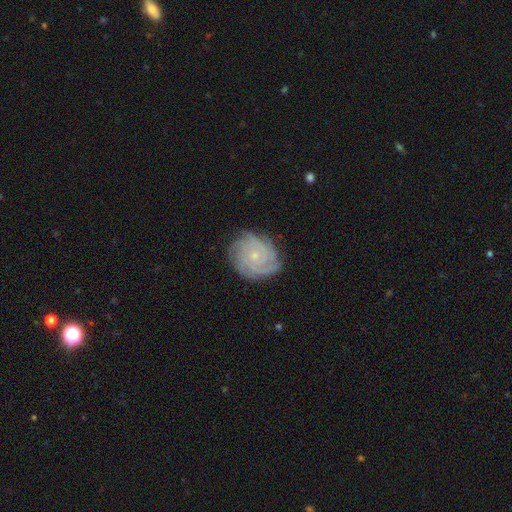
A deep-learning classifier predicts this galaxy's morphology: smooth-or-featured: featured or disk: 83% | smooth: 10% | star or artifact: 7%
  disk-edge-on: no: 98% | yes: 2%
    bar: no: 78% | weak: 18% | strong: 3%
    has-spiral-arms: yes: 97% | no: 3%
      spiral-winding: tight: 80% | medium: 17% | loose: 3%
      spiral-arm-count: 4: 27% | can't tell: 23% | 3: 23% | 2: 11% | more than 4: 9% | 1: 7%
    bulge-size: small: 74% | moderate: 21% | none: 2% | large: 1% | dominant: 1%
  merging: none: 81% | minor disturbance: 14% | major disturbance: 4% | merger: 1%